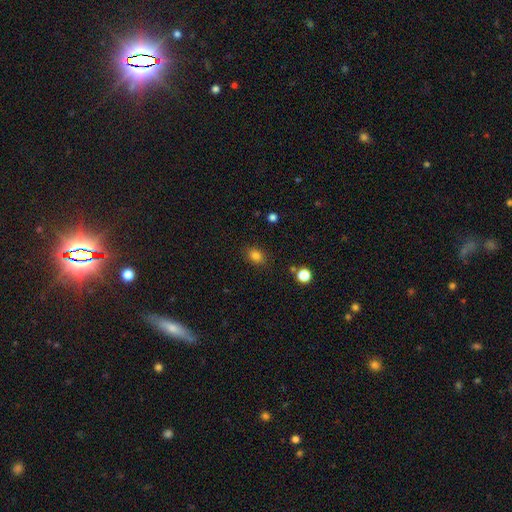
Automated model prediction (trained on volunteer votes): smooth-or-featured: smooth: 82% | star or artifact: 13% | featured or disk: 5%
  how-rounded: in between: 64% | round: 34% | cigar-shaped: 1%
  merging: none: 83% | minor disturbance: 12% | major disturbance: 3% | merger: 2%